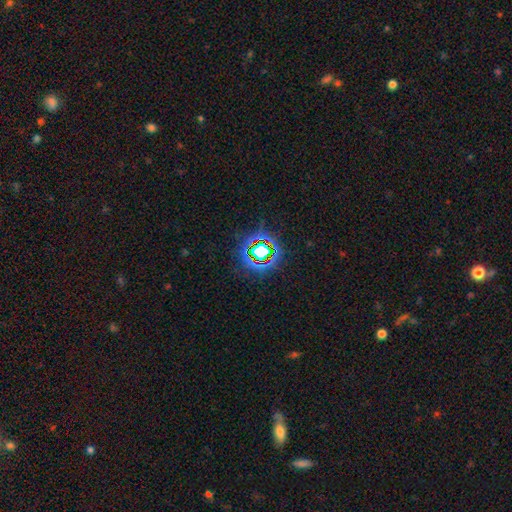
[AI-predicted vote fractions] Morphology: type=star or artifact (75%).